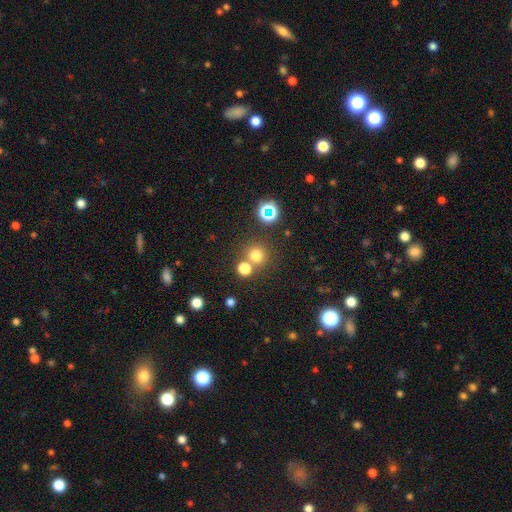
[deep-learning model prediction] The model was most divided on "smooth or featured": smooth: 71%, star or artifact: 22%, featured or disk: 7%. More confident: how rounded — round (93%); merging — none (71%).